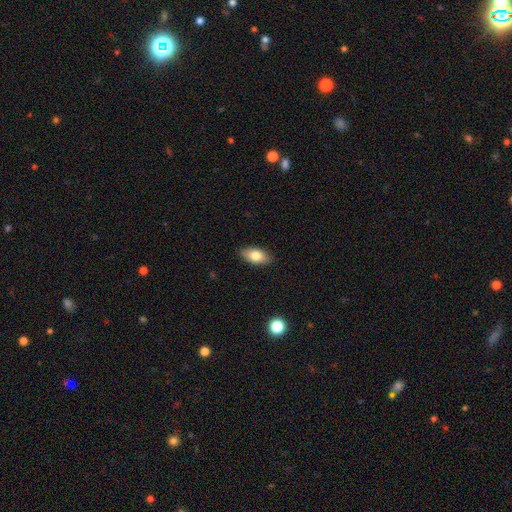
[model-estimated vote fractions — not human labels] A smooth galaxy with no disk features (79%) that is in between round and cigar-shaped (91%). Merging: none (87%).